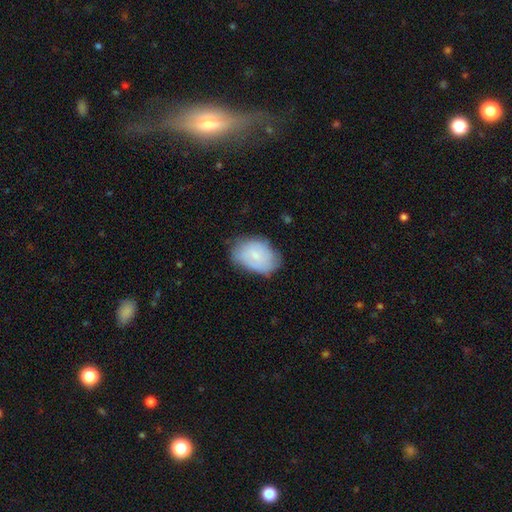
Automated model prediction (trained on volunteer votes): smooth-or-featured: smooth: 67% | featured or disk: 26% | star or artifact: 7%
  how-rounded: in between: 84% | round: 15% | cigar-shaped: 1%
  merging: none: 58% | minor disturbance: 33% | major disturbance: 8% | merger: 2%